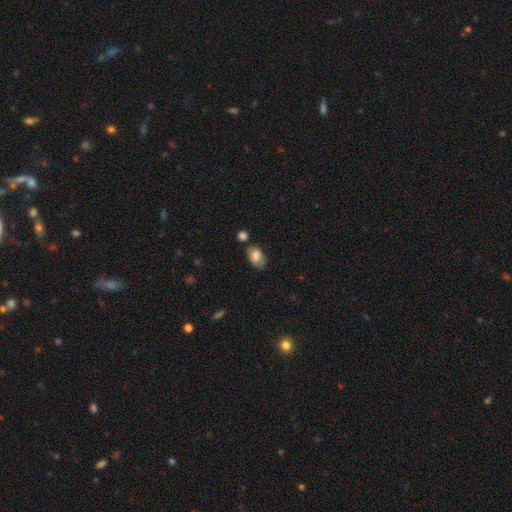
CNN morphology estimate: The model was most divided on "merging": none: 69%, minor disturbance: 18%, merger: 8%, major disturbance: 5%. More confident: how rounded — in between (91%); smooth or featured — smooth (74%).